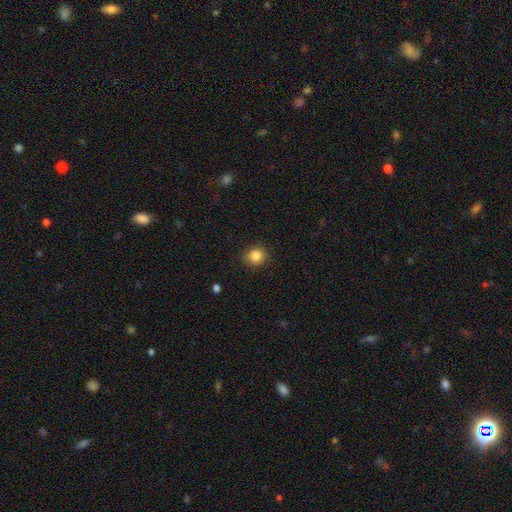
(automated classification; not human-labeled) A smooth galaxy with no disk features (85%) that is round (84%).

Vote fractions:
- Smooth or featured? smooth: 85% / star or artifact: 10% / featured or disk: 4%
- How rounded? round: 84% / in between: 15% / cigar-shaped: 1%
- Merging? none: 87% / minor disturbance: 9% / major disturbance: 2% / merger: 1%